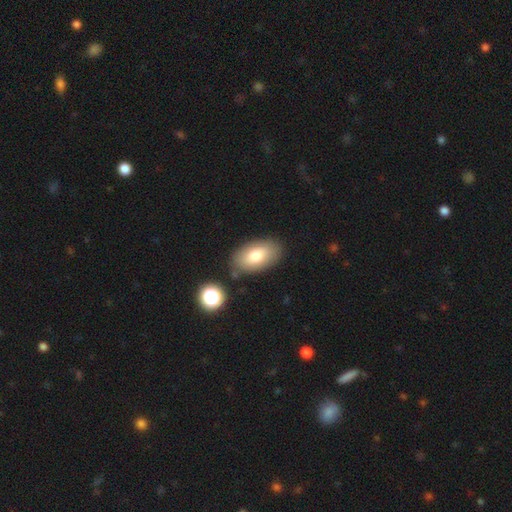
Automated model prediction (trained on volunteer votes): Smooth or featured: smooth — 78% (featured or disk — 14%)
How rounded: in between — 93% (round — 5%)
Merging: none — 80% (minor disturbance — 12%)